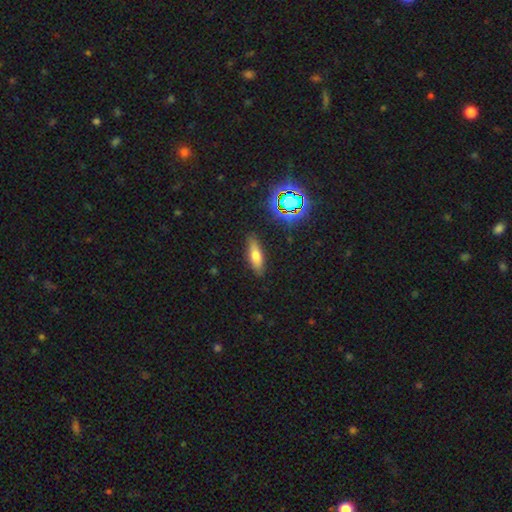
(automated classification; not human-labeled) Smooth or featured? smooth (68%)
How rounded? in between (52%)
Merging? none (85%)